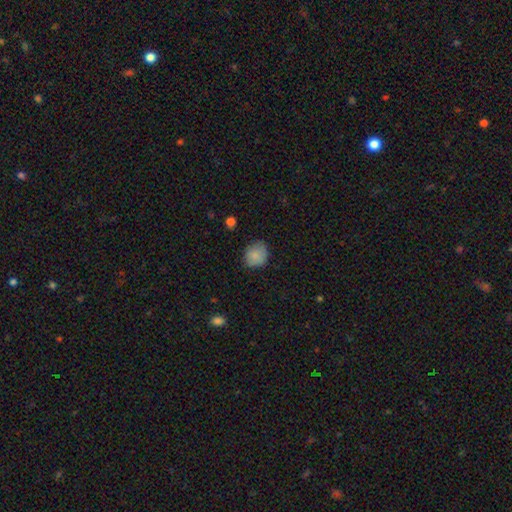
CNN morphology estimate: Smooth or featured?
  - smooth: 83% *
  - star or artifact: 9%
  - featured or disk: 8%
How rounded?
  - round: 70% *
  - in between: 29%
  - cigar-shaped: 1%
Merging?
  - none: 72% *
  - minor disturbance: 22%
  - major disturbance: 4%
  - merger: 1%